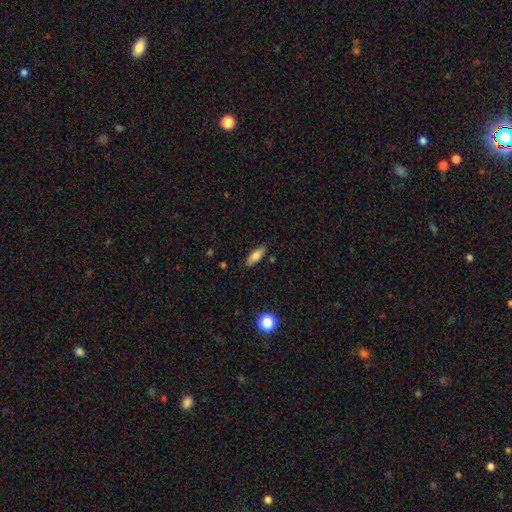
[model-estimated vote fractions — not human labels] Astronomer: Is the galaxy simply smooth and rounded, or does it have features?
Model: smooth — 80%.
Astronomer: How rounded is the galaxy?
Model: in between — 70%.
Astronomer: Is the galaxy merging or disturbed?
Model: none — 84%.